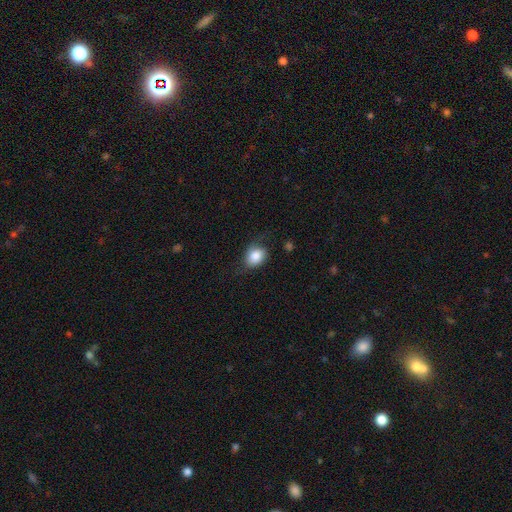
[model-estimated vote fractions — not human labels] A smooth galaxy with no disk features (80%) that is in between round and cigar-shaped (53%).

Vote fractions:
- Smooth or featured? smooth: 80% / featured or disk: 12% / star or artifact: 8%
- How rounded? in between: 53% / round: 46% / cigar-shaped: 1%
- Merging? none: 57% / minor disturbance: 28% / major disturbance: 13% / merger: 2%